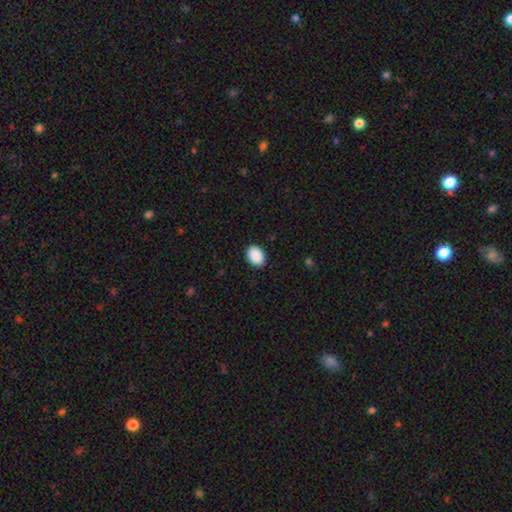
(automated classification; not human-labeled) A smooth galaxy with no disk features (91%) that is in between round and cigar-shaped (76%). Merging: none (90%).